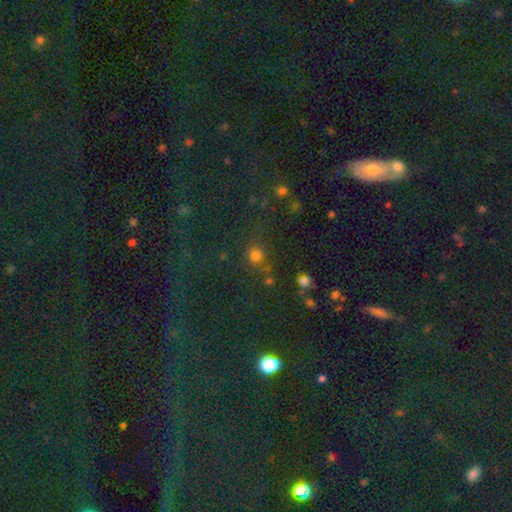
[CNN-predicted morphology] Smooth or featured? smooth (71%)
How rounded? round (88%)
Merging? none (73%)